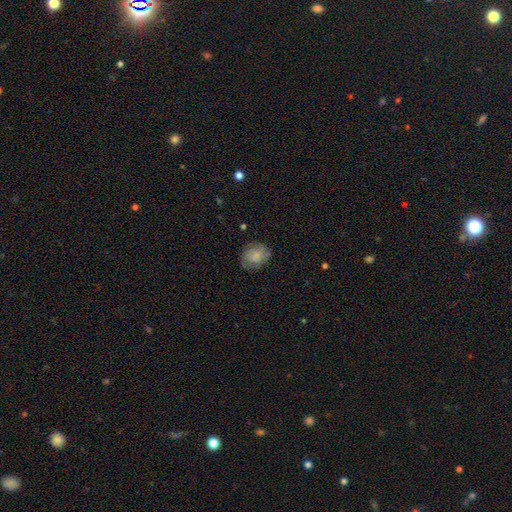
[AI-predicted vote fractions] smooth 68%, featured or disk 24%, star or artifact 8%. Down the decision tree: how rounded — round (54%); merging — none (70%).